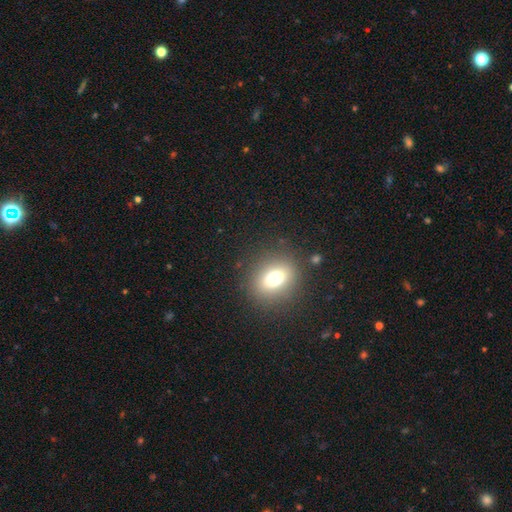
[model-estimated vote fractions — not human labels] A smooth galaxy with no disk features (63%) that is round (53%). Merging: none (90%).